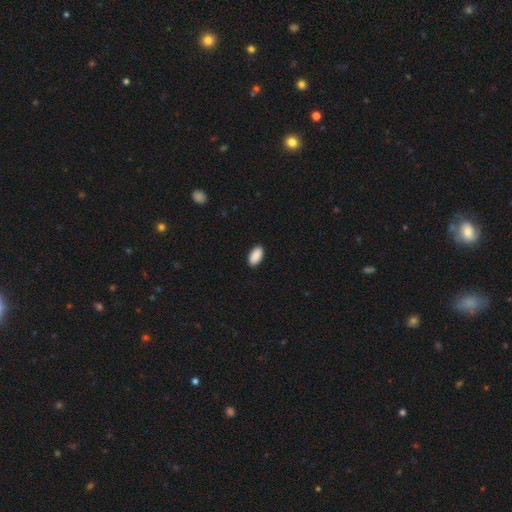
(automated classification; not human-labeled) Overall: smooth (91%). How rounded: in between (95%). Merging: none (90%).